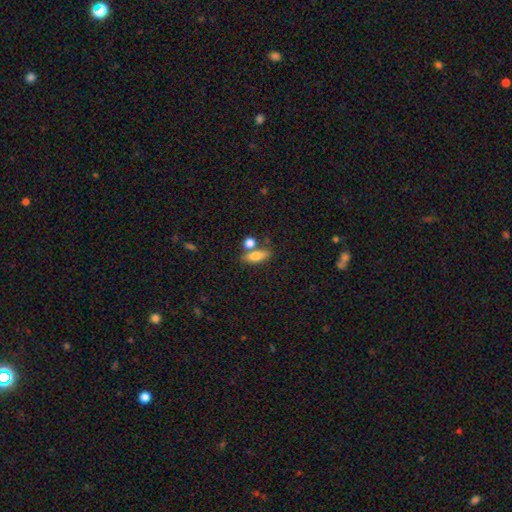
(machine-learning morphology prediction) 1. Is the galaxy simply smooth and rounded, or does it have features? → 74% smooth, 18% featured or disk, 8% star or artifact.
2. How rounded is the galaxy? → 62% in between, 30% cigar-shaped, 7% round.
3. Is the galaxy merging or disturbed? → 59% none, 24% merger, 12% minor disturbance, 5% major disturbance.